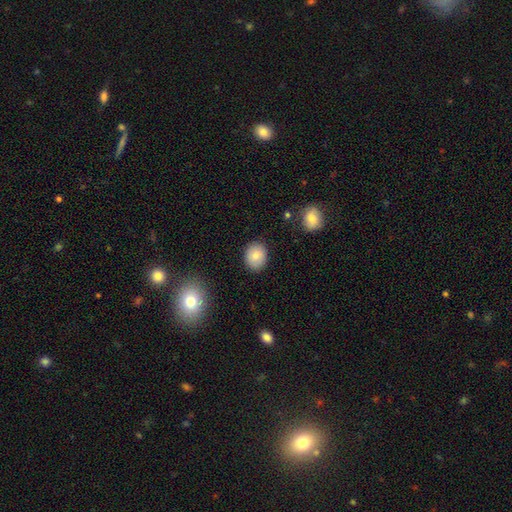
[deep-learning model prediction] A smooth galaxy with no disk features (83%) that is round (55%).

Vote fractions:
- Smooth or featured? smooth: 83% / star or artifact: 8% / featured or disk: 8%
- How rounded? round: 55% / in between: 44% / cigar-shaped: 1%
- Merging? none: 87% / minor disturbance: 9% / major disturbance: 2% / merger: 1%